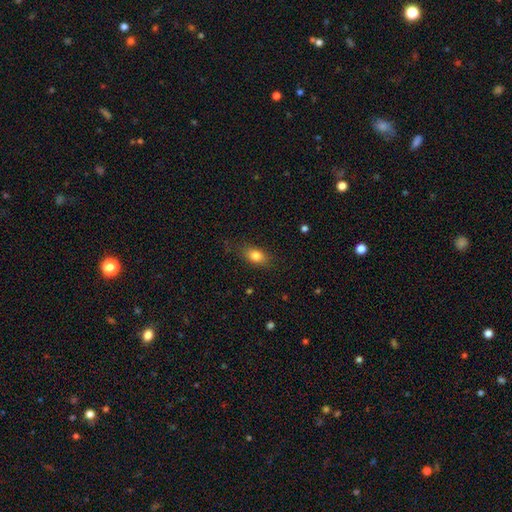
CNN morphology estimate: Smooth or featured? Predicted: smooth (p=0.82). How rounded? Predicted: in between (p=0.80). Merging? Predicted: none (p=0.78).